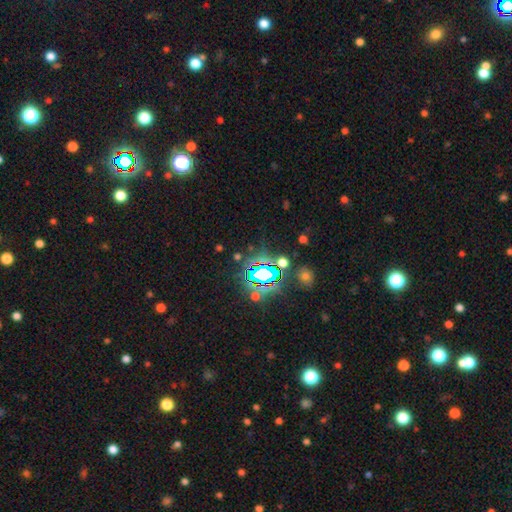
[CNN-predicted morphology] smooth_or_featured: star or artifact (p=0.80) [alt: smooth p=0.13]